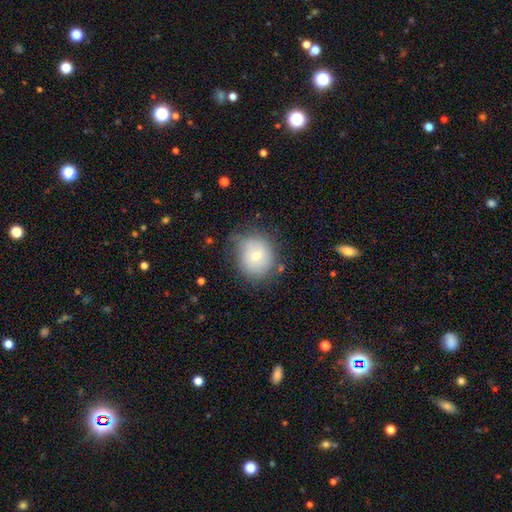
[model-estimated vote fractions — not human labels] Morphology: type=smooth (64%); roundness=round (75%); merging=none (59%).